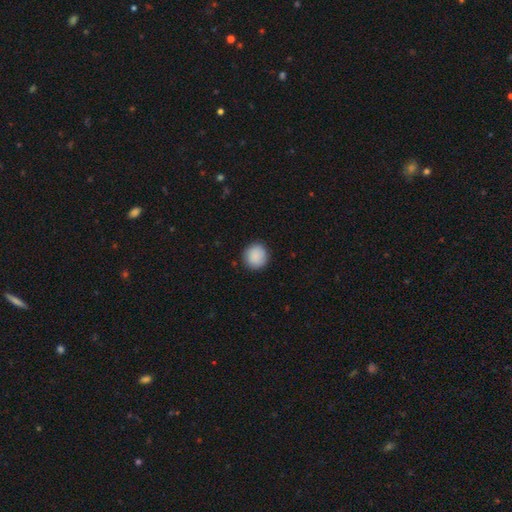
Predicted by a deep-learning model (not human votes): This is clearly a smooth galaxy (90%). How rounded: clearly round (91%). Merging: clearly none (90%).